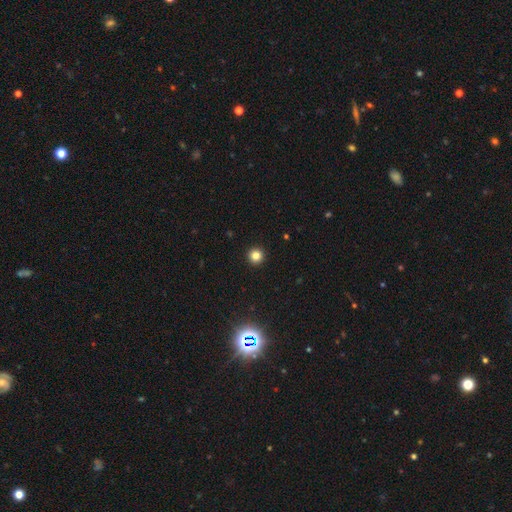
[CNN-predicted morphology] This appears to be a smooth galaxy with no disk features (83%) that is round (96%). Merging: none (94%).